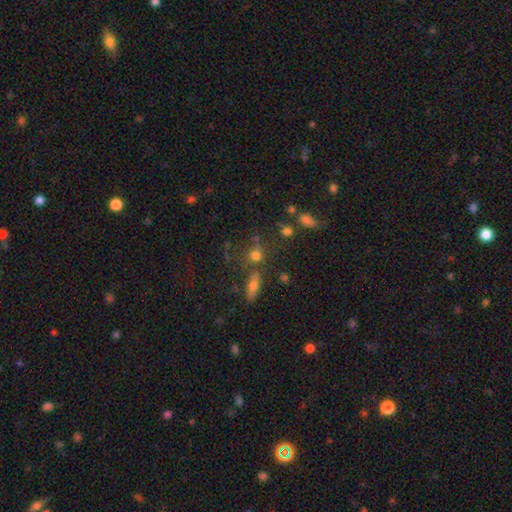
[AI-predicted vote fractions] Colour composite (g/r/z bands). It shows a smooth galaxy with no disk features (69%) that is round (72%). Merging: none (63%).